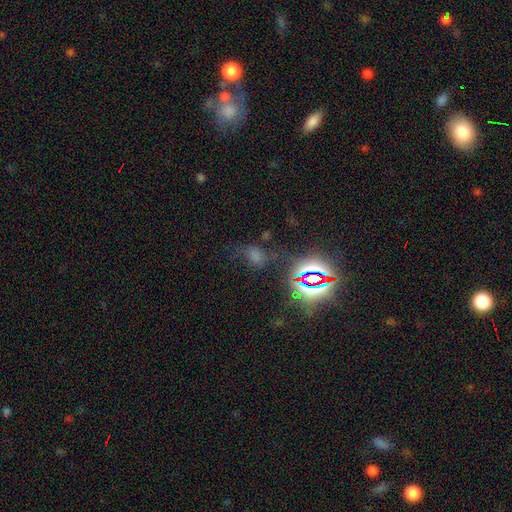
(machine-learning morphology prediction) This is possibly a star or artifact rather than a galaxy (55%).